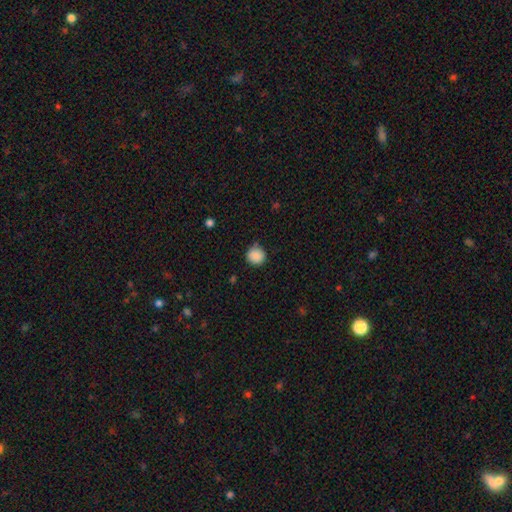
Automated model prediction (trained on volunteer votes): Morphology: type=smooth (88%); roundness=round (91%); merging=none (80%).